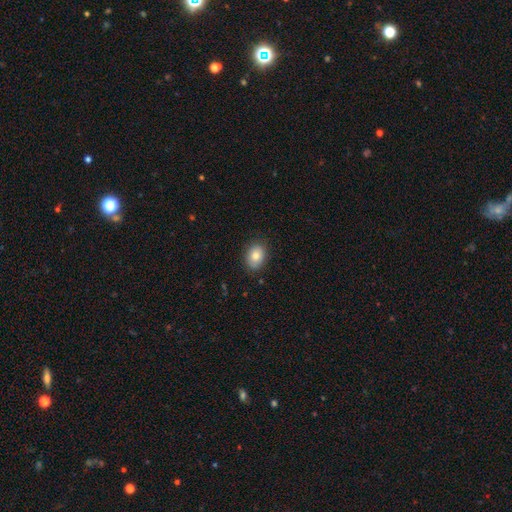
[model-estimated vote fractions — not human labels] Overall: smooth (81%). How rounded: in between (70%). Merging: none (84%).